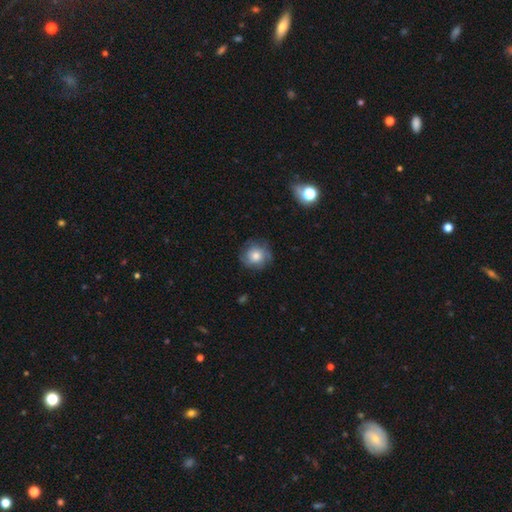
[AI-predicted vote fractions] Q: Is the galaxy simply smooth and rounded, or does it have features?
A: smooth — 66%.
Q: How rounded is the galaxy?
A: round — 87%.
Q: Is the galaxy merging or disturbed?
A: none — 75%.